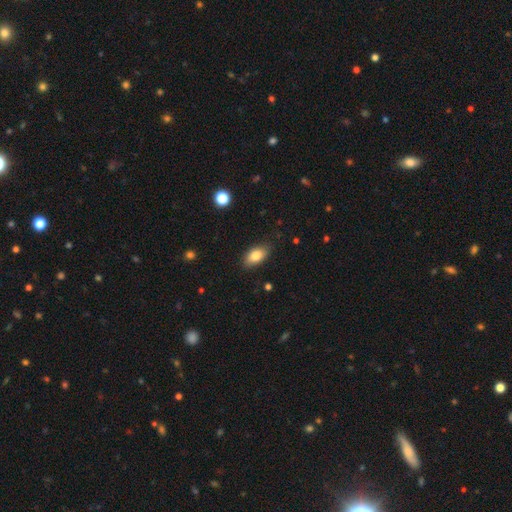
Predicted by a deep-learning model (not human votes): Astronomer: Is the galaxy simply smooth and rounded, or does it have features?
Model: smooth — 82%.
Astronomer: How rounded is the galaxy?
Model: in between — 90%.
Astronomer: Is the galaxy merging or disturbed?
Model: none — 84%.